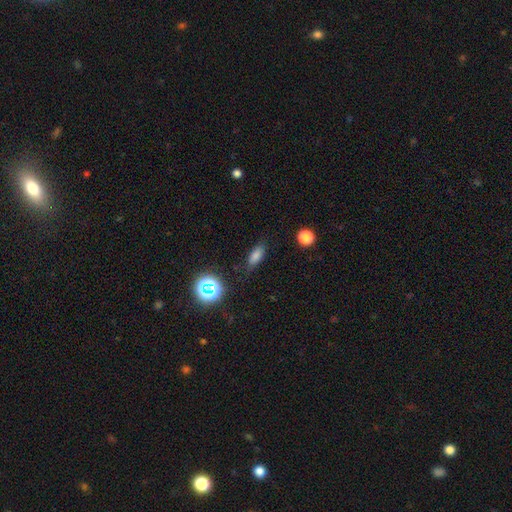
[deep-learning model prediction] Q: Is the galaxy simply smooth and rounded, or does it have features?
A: smooth — 75%.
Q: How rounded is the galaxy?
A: in between — 75%.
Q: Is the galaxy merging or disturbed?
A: none — 79%.